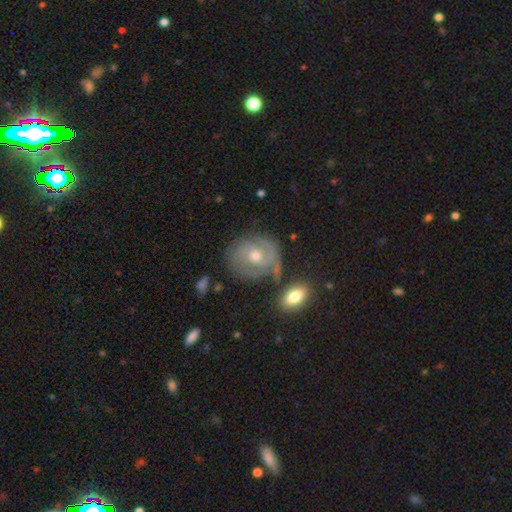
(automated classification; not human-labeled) Q: Smooth or featured?
A: featured or disk (69%); runner-up: smooth (23%)
Q: Edge-on disk?
A: no (96%); runner-up: yes (4%)
Q: Bar?
A: no (69%); runner-up: weak (26%)
Q: Spiral arms?
A: yes (82%); runner-up: no (18%)
Q: Spiral winding?
A: tight (61%); runner-up: medium (30%)
Q: Spiral arm count?
A: 2 (46%); runner-up: can't tell (33%)
Q: Bulge size?
A: moderate (69%); runner-up: small (24%)
Q: Merging?
A: none (67%); runner-up: minor disturbance (20%)